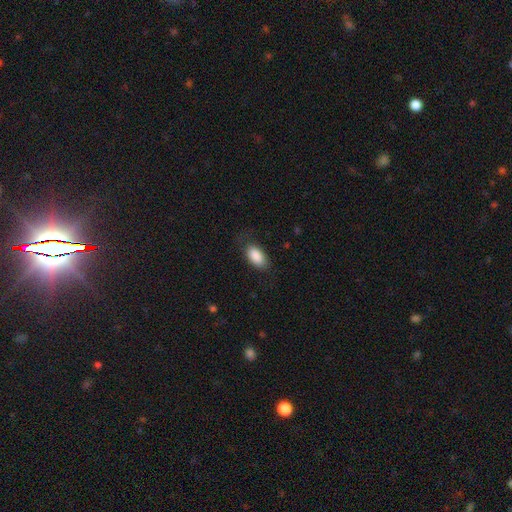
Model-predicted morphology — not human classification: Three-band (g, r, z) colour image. It shows a smooth galaxy with no disk features (88%) that is in between round and cigar-shaped (93%). Merging: none (73%).